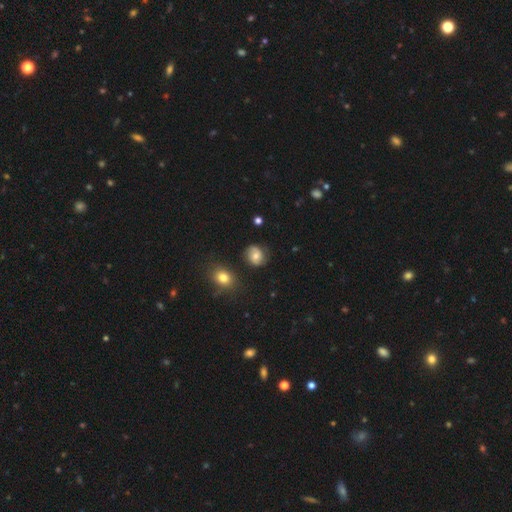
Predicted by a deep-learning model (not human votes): smooth_or_featured: smooth (p=0.51) [alt: featured or disk p=0.38]
how_rounded: round (p=0.64) [alt: in between p=0.35]
merging: none (p=0.74) [alt: minor disturbance p=0.18]